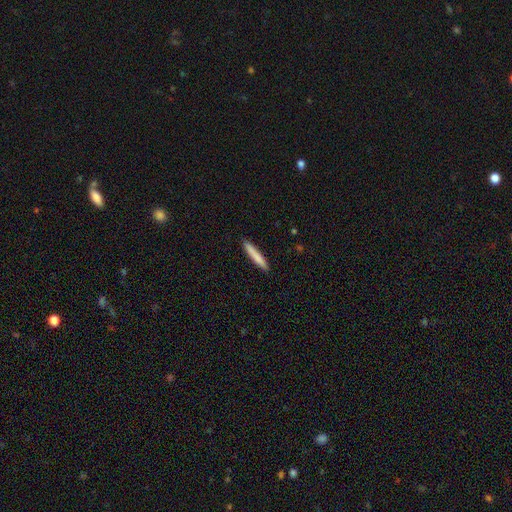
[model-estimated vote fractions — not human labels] This is likely a smooth galaxy (80%). How rounded: clearly cigar-shaped (94%). Merging: clearly none (91%).